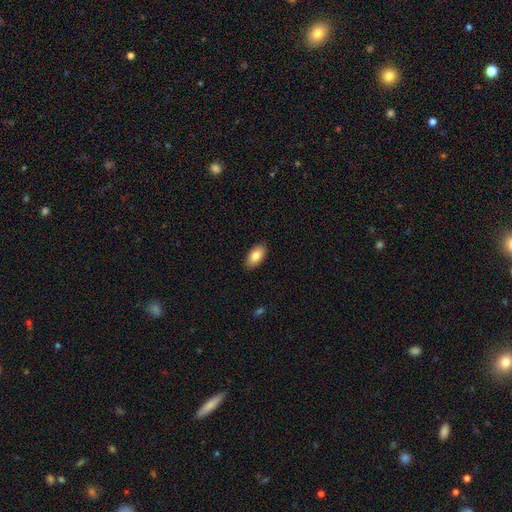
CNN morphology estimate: The model was most divided on "smooth or featured": smooth: 84%, featured or disk: 10%, star or artifact: 6%. More confident: how rounded — in between (94%); merging — none (90%).